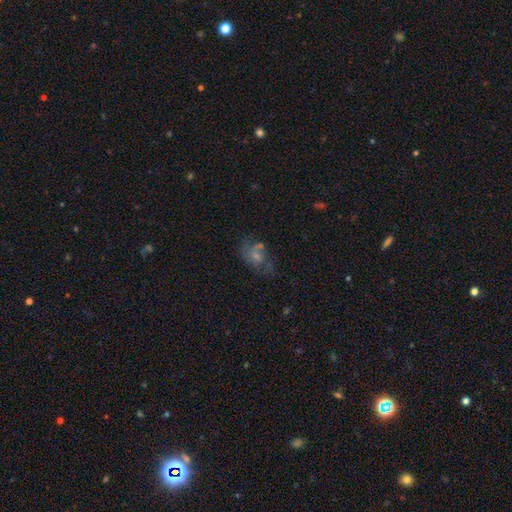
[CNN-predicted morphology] This appears to be a featured or disk galaxy (47%). Merging: none (58%).